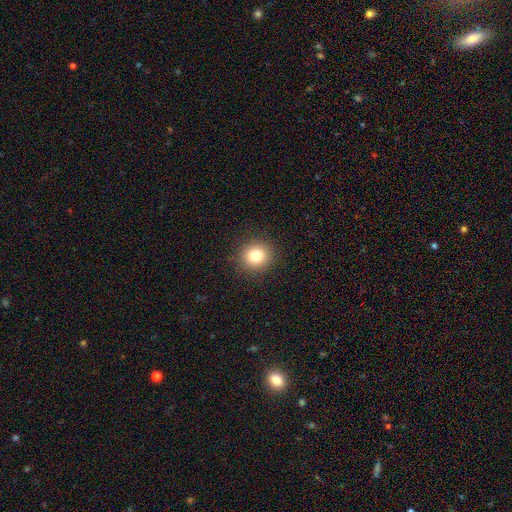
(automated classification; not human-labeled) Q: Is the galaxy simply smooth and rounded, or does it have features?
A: smooth — 80%.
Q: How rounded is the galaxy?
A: round — 90%.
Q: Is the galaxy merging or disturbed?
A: none — 91%.